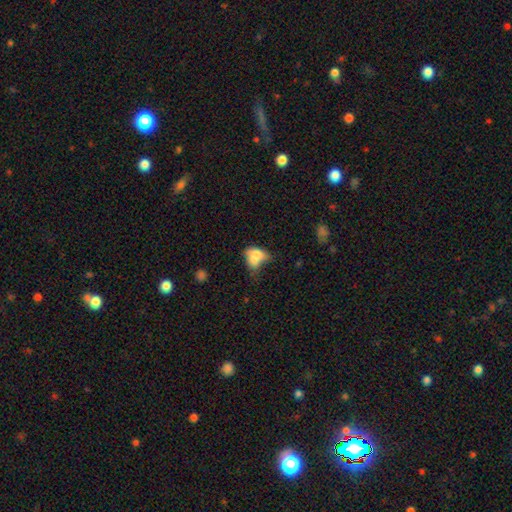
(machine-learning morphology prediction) This is likely a smooth galaxy (70%). How rounded: likely in between (75%). Merging: possibly merger (53%).